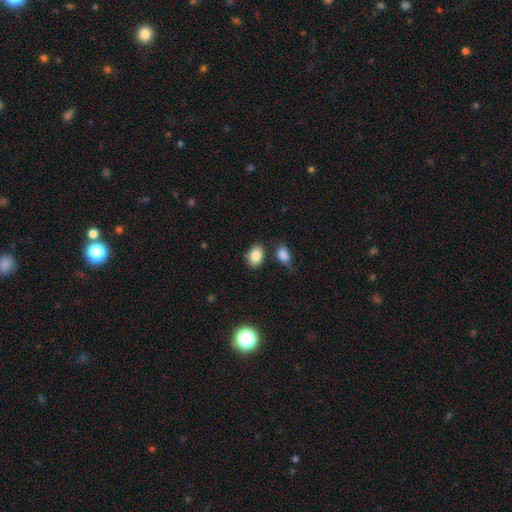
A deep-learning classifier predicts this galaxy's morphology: Q: Smooth or featured?
A: smooth (84%); runner-up: star or artifact (8%)
Q: How rounded?
A: in between (78%); runner-up: round (21%)
Q: Merging?
A: none (75%); runner-up: minor disturbance (14%)